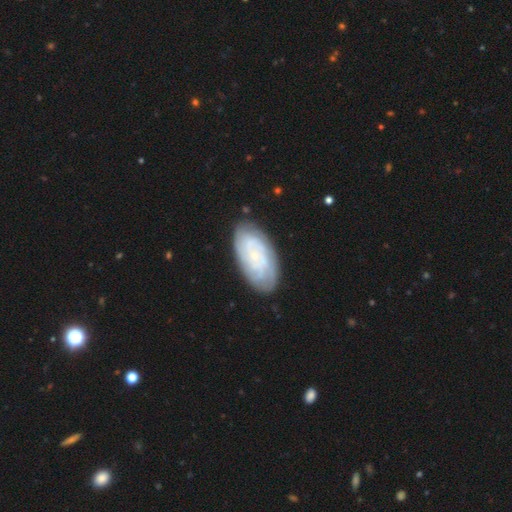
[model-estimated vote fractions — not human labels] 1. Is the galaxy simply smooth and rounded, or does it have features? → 65% featured or disk, 27% smooth, 9% star or artifact.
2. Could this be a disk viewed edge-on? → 94% no, 6% yes.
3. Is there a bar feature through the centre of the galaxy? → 75% no, 20% weak, 5% strong.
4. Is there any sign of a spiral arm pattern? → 91% yes, 9% no.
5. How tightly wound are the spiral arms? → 78% tight, 17% medium, 5% loose.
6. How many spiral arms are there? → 50% can't tell, 15% 2, 12% 4, 11% 3, 8% more than 4, 5% 1.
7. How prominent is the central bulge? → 76% small, 13% moderate, 7% none, 2% large, 1% dominant.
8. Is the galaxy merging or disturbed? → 81% none, 14% minor disturbance, 4% major disturbance, 1% merger.